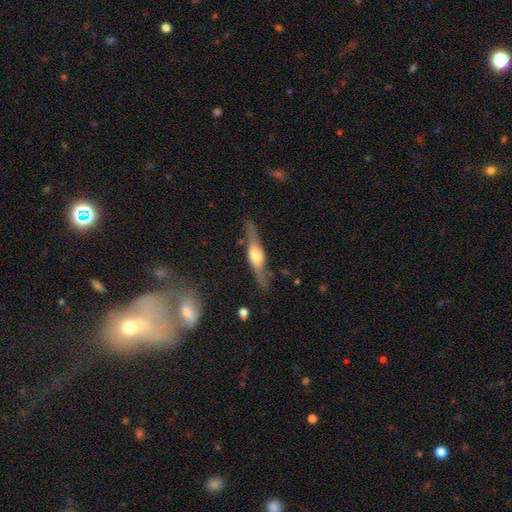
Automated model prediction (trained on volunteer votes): featured or disk 68%, smooth 26%, star or artifact 6%. Down the decision tree: edge-on disk — yes (93%); edge-on bulge — rounded (87%); merging — none (79%).